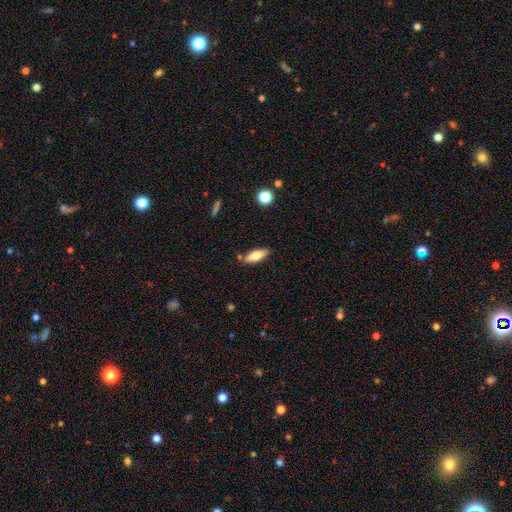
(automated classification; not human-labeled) Smooth or featured?
  - smooth: 66% *
  - featured or disk: 27%
  - star or artifact: 7%
How rounded?
  - in between: 63% *
  - cigar-shaped: 35%
  - round: 3%
Merging?
  - none: 81% *
  - minor disturbance: 12%
  - merger: 4%
  - major disturbance: 2%